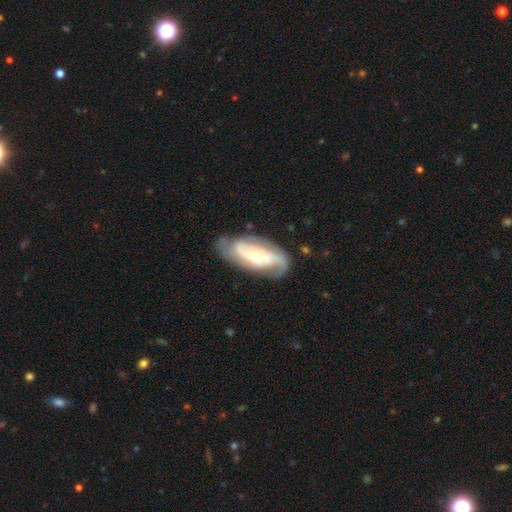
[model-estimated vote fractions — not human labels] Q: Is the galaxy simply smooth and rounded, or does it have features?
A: featured or disk — 79%.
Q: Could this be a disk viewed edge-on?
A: no — 92%.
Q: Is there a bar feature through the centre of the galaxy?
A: no — 54%.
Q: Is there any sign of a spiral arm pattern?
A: yes — 93%.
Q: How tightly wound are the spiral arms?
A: medium — 43%.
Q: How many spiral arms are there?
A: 2 — 58%.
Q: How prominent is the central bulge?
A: small — 56%.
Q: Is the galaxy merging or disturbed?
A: none — 72%.